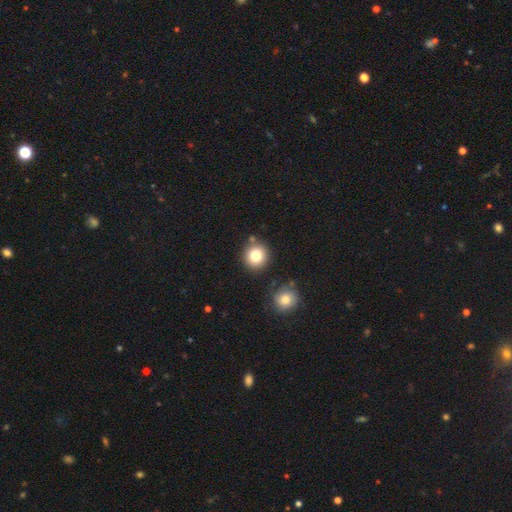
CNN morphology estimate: Smooth or featured? smooth (80%)
How rounded? round (92%)
Merging? none (81%)